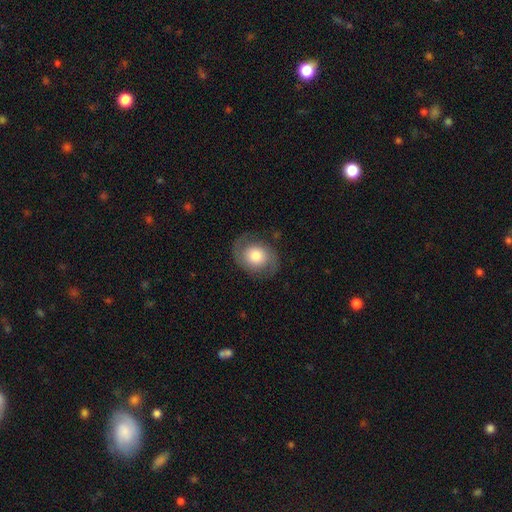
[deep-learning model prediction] This is likely a featured or disk galaxy (60%). It is clearly not viewed edge-on (97%). Bar: likely no (77%). Spiral arm pattern: clearly yes (86%). Spiral arm count: clearly 2 (89%). Spiral winding: marginally medium (45%). Central bulge: possibly moderate (53%). Merging: likely none (78%).